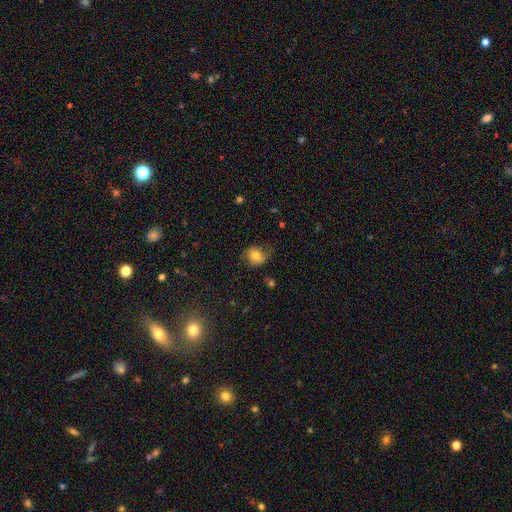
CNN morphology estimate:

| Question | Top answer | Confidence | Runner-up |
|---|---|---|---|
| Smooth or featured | smooth | 60% | featured or disk (29%) |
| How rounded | round | 56% | in between (43%) |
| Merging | none | 59% | minor disturbance (26%) |